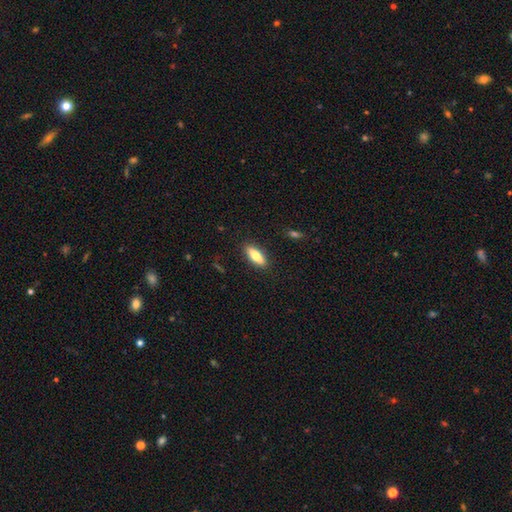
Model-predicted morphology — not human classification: smooth 71%, featured or disk 23%, star or artifact 6%. Down the decision tree: how rounded — in between (64%); merging — none (88%).